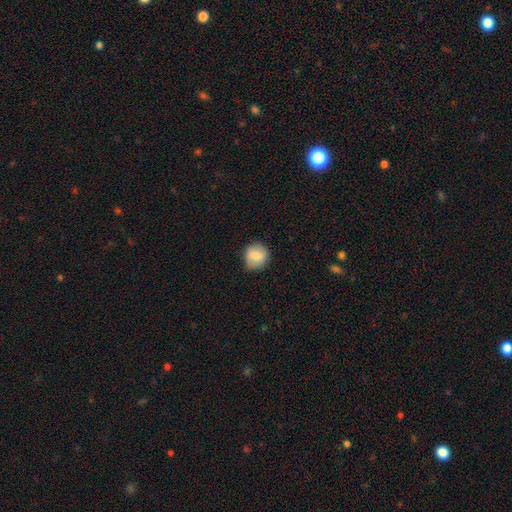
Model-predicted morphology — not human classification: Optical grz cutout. It shows a smooth galaxy with no disk features (82%) that is round (88%). Merging: none (75%).